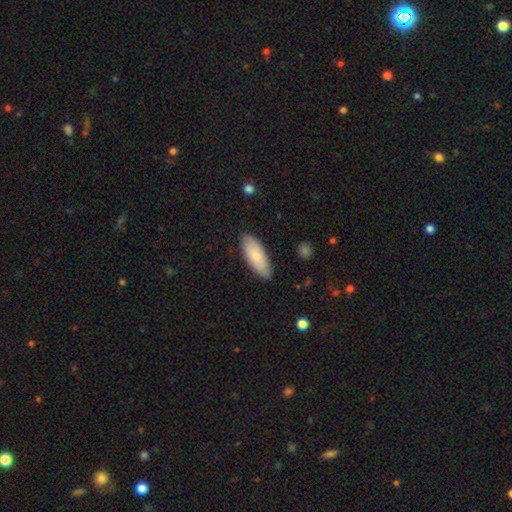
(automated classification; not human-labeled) Smooth or featured: smooth — 85% (featured or disk — 10%)
How rounded: in between — 76% (cigar-shaped — 23%)
Merging: none — 85% (minor disturbance — 12%)